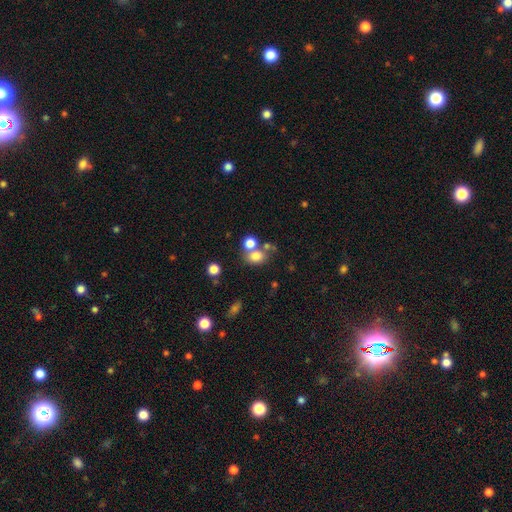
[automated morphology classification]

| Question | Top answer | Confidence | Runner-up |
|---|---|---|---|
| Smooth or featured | smooth | 76% | star or artifact (14%) |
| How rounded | round | 58% | in between (40%) |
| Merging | none | 47% | merger (38%) |